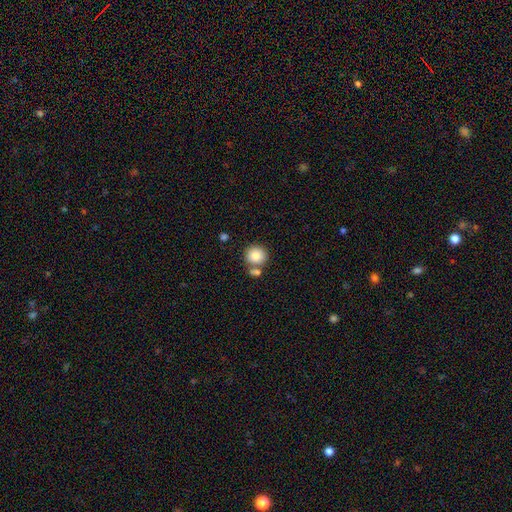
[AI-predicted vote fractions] Smooth or featured? smooth (83%)
How rounded? round (90%)
Merging? none (65%)